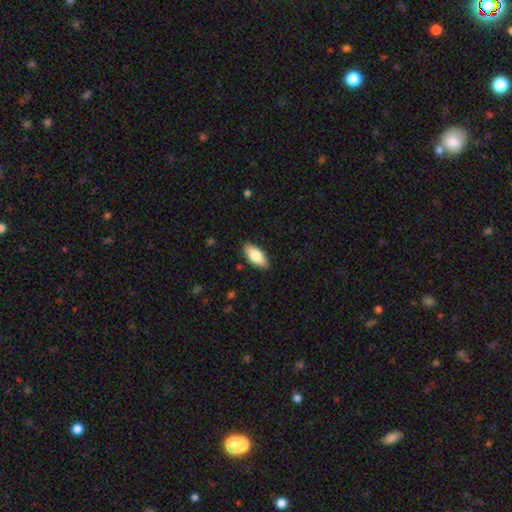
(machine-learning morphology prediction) Overall: smooth (76%). How rounded: in between (87%). Merging: none (88%).